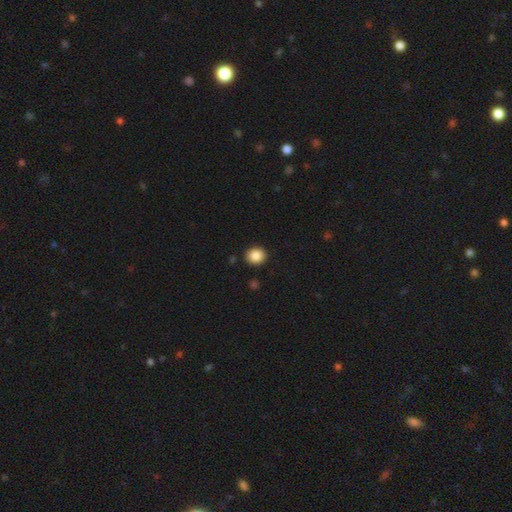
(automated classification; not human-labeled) The model was most divided on "how rounded": round: 75%, in between: 24%, cigar-shaped: 1%. More confident: merging — none (91%); smooth or featured — smooth (87%).